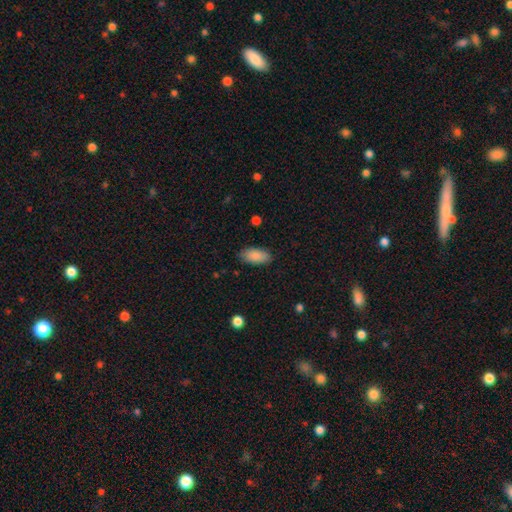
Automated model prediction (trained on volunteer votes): Q: Smooth or featured?
A: smooth (88%); runner-up: star or artifact (6%)
Q: How rounded?
A: in between (91%); runner-up: cigar-shaped (7%)
Q: Merging?
A: none (86%); runner-up: minor disturbance (10%)